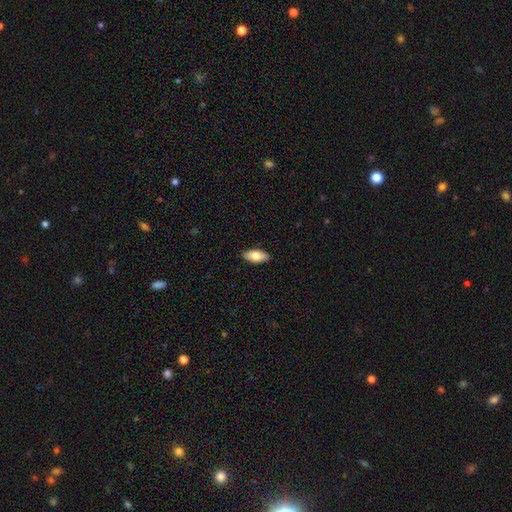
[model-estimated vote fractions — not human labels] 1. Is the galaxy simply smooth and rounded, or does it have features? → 80% smooth, 14% featured or disk, 6% star or artifact.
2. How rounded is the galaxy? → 87% in between, 10% cigar-shaped, 2% round.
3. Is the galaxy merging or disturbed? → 90% none, 7% minor disturbance, 2% major disturbance, 1% merger.